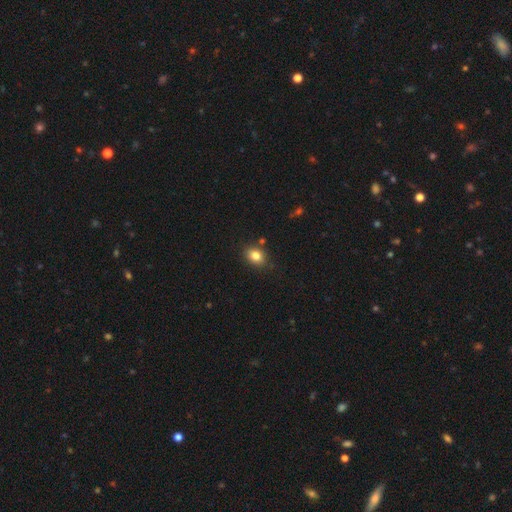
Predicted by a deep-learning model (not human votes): smooth_or_featured: smooth (p=0.83) [alt: star or artifact p=0.10]
how_rounded: in between (p=0.53) [alt: round p=0.46]
merging: none (p=0.82) [alt: minor disturbance p=0.11]